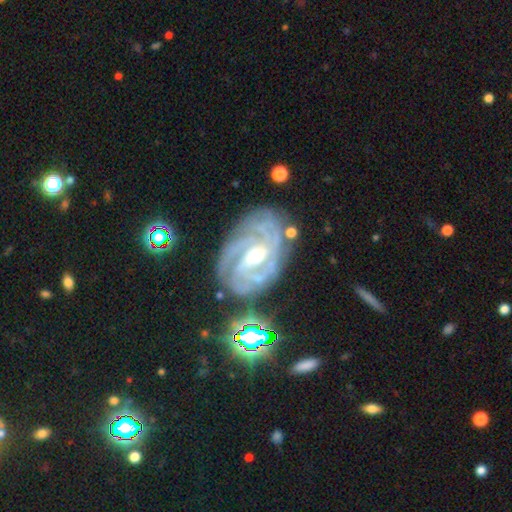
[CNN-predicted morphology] Smooth or featured?
  - featured or disk: 89% *
  - star or artifact: 6%
  - smooth: 4%
Edge-on disk?
  - no: 97% *
  - yes: 3%
Bar?
  - weak: 43% *
  - no: 30%
  - strong: 27%
Spiral arms?
  - yes: 98% *
  - no: 2%
Spiral winding?
  - tight: 71% *
  - medium: 24%
  - loose: 4%
Spiral arm count?
  - 3: 28% *
  - 4: 23%
  - can't tell: 20%
  - 2: 16%
  - more than 4: 8%
  - 1: 6%
Bulge size?
  - moderate: 54% *
  - small: 43%
  - large: 2%
  - none: 1%
  - dominant: 1%
Merging?
  - none: 74% *
  - minor disturbance: 17%
  - major disturbance: 6%
  - merger: 3%